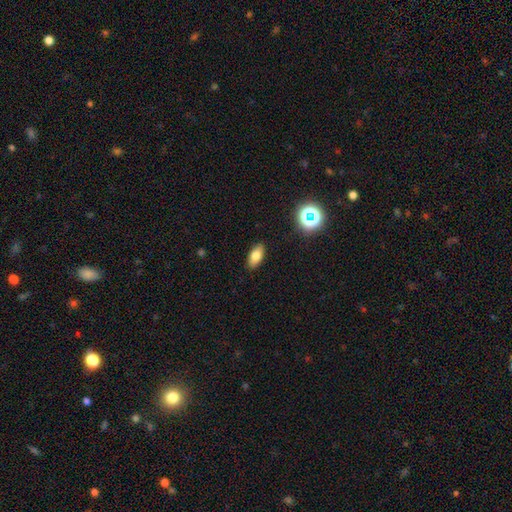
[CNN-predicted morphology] smooth_or_featured: smooth (p=0.76) [alt: featured or disk p=0.13]
how_rounded: in between (p=0.86) [alt: cigar-shaped p=0.09]
merging: none (p=0.89) [alt: minor disturbance p=0.08]